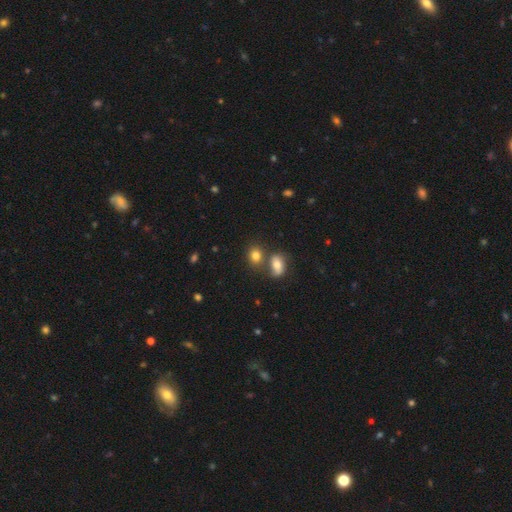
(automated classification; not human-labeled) This appears to be a smooth galaxy with no disk features (80%) that is round (55%). Merging: none (56%).